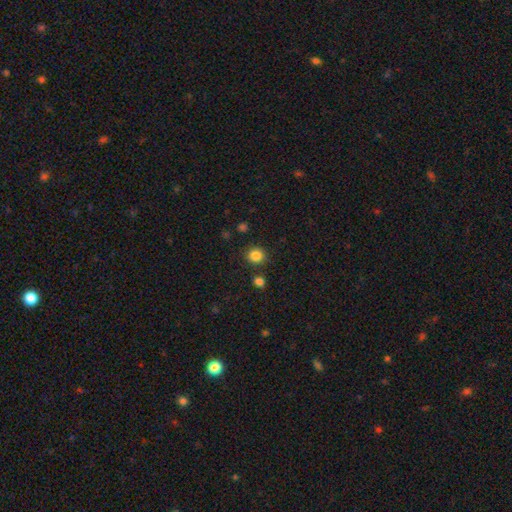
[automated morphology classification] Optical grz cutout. It shows a smooth galaxy with no disk features (85%) that is round (88%). Merging: none (87%).